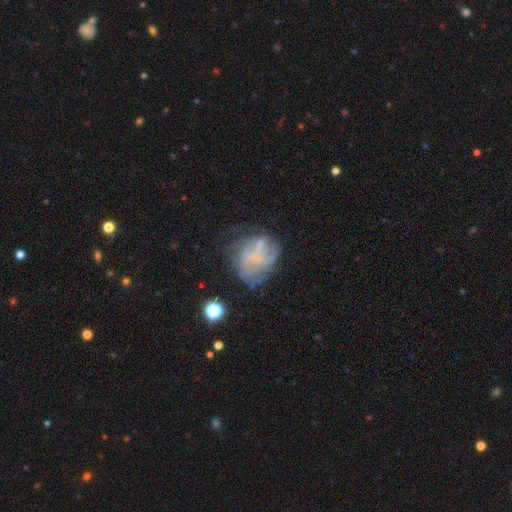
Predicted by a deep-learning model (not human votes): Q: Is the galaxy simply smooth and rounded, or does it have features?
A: featured or disk — 58%.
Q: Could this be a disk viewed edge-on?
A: no — 98%.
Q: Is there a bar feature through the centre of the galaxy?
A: no — 81%.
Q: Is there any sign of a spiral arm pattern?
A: no — 65%.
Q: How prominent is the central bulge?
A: none — 76%.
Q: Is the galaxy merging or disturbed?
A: none — 43%.